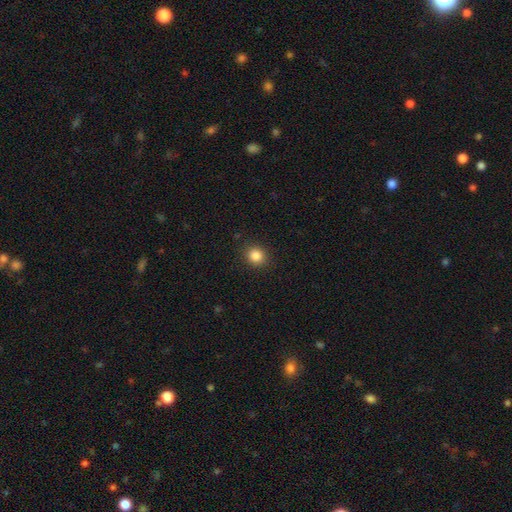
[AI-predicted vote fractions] A smooth galaxy with no disk features (85%) that is round (79%).

Vote fractions:
- Smooth or featured? smooth: 85% / star or artifact: 11% / featured or disk: 4%
- How rounded? round: 79% / in between: 20% / cigar-shaped: 1%
- Merging? none: 89% / minor disturbance: 8% / major disturbance: 3% / merger: 1%